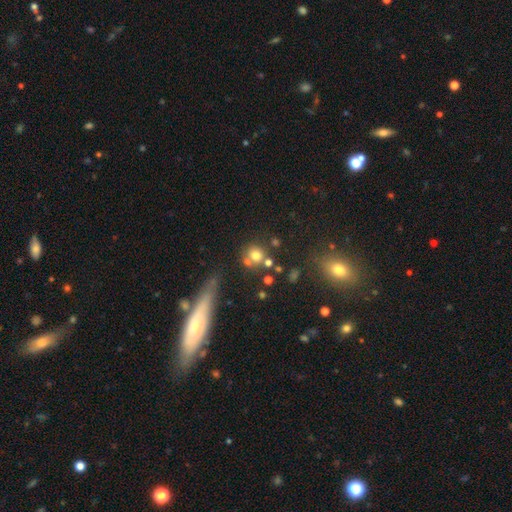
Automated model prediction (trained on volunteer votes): smooth-or-featured: smooth: 70% | star or artifact: 16% | featured or disk: 14%
  how-rounded: round: 86% | in between: 12% | cigar-shaped: 2%
  merging: none: 55% | merger: 29% | minor disturbance: 11% | major disturbance: 5%